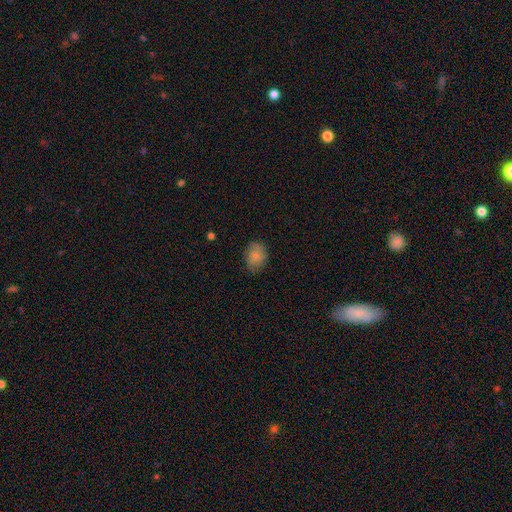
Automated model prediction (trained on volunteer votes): smooth_or_featured: smooth (p=0.83) [alt: featured or disk p=0.09]
how_rounded: in between (p=0.61) [alt: round p=0.37]
merging: none (p=0.78) [alt: minor disturbance p=0.17]